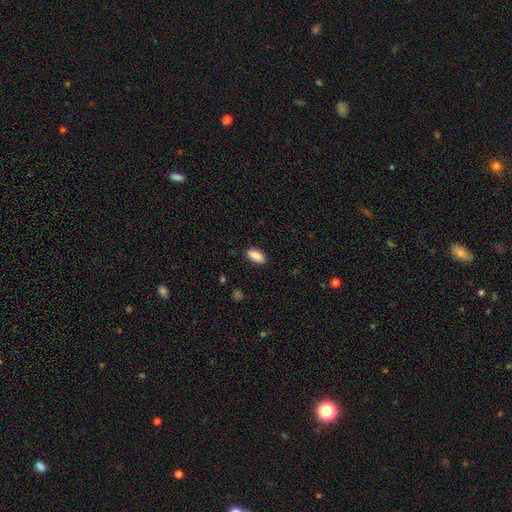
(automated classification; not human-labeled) This is clearly a smooth galaxy (90%). How rounded: clearly in between (93%). Merging: clearly none (88%).